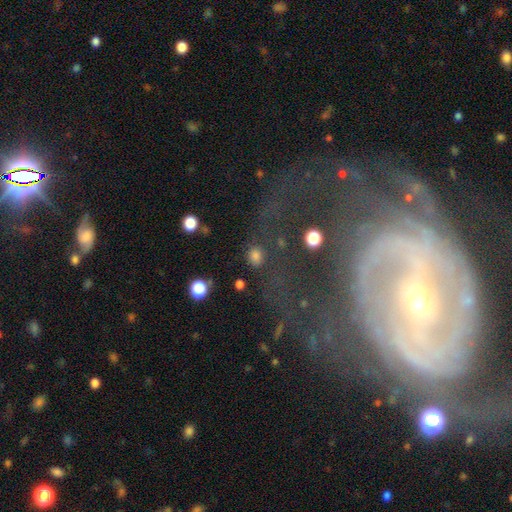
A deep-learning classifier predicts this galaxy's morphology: Q: Smooth or featured?
A: smooth (71%); runner-up: star or artifact (20%)
Q: How rounded?
A: round (77%); runner-up: in between (21%)
Q: Merging?
A: none (80%); runner-up: minor disturbance (10%)